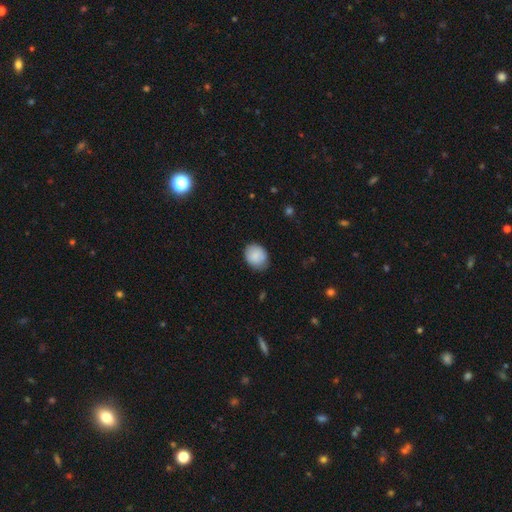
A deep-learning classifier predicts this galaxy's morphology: Smooth or featured?
  - smooth: 87% *
  - star or artifact: 7%
  - featured or disk: 6%
How rounded?
  - round: 53% *
  - in between: 46%
  - cigar-shaped: 1%
Merging?
  - none: 76% *
  - minor disturbance: 20%
  - major disturbance: 3%
  - merger: 1%